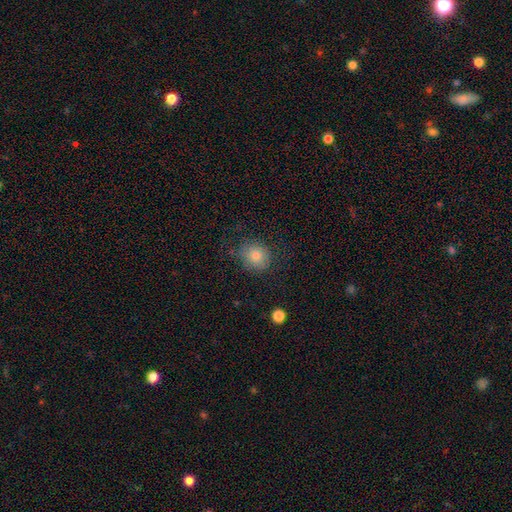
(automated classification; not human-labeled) Morphology: type=smooth (77%); roundness=round (78%); merging=none (78%).